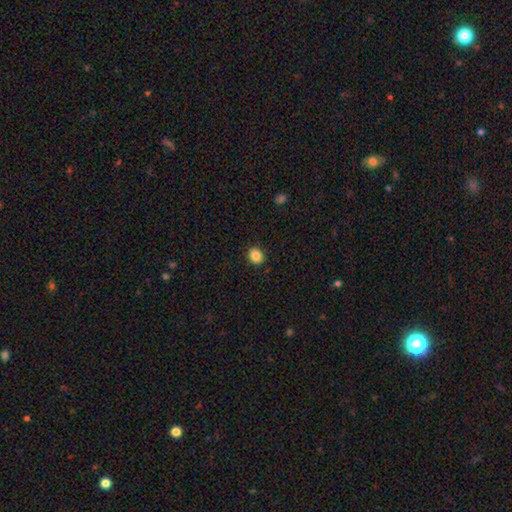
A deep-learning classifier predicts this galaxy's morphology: smooth_or_featured: smooth (p=0.87) [alt: star or artifact p=0.10]
how_rounded: round (p=0.56) [alt: in between p=0.43]
merging: none (p=0.90) [alt: minor disturbance p=0.07]